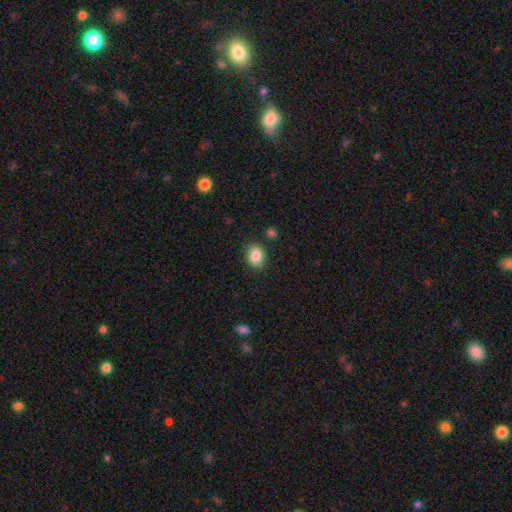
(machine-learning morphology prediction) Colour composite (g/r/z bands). It shows a smooth galaxy with no disk features (86%) that is in between round and cigar-shaped (52%). Merging: none (84%).